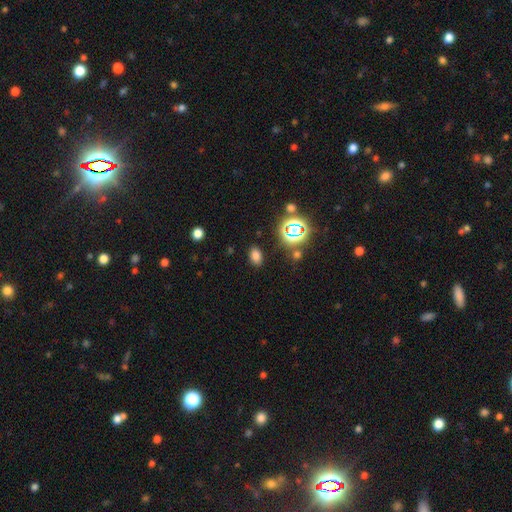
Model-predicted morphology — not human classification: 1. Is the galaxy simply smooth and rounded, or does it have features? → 71% smooth, 23% star or artifact, 6% featured or disk.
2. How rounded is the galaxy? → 85% in between, 13% round, 2% cigar-shaped.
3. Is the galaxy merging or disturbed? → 86% none, 9% minor disturbance, 3% major disturbance, 2% merger.